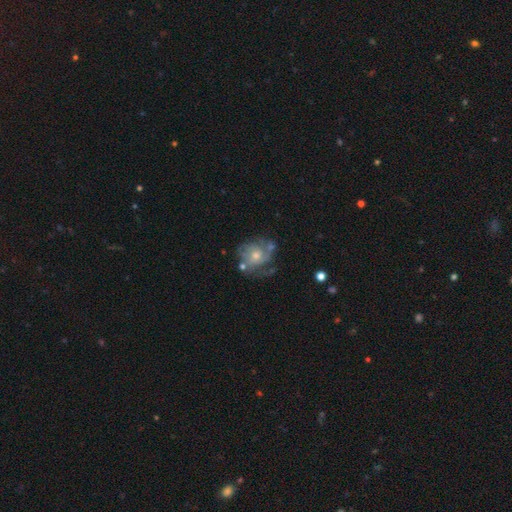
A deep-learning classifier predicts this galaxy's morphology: This is likely a featured or disk galaxy (67%). It is clearly not viewed edge-on (97%). Bar: clearly no (81%). Spiral arm pattern: likely yes (75%). Central bulge: possibly moderate (59%). Merging: possibly none (50%).